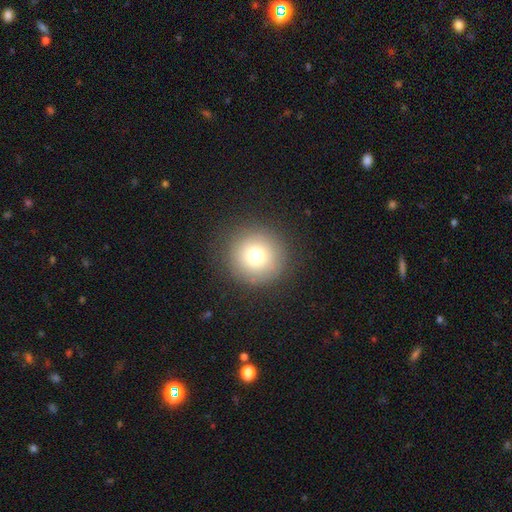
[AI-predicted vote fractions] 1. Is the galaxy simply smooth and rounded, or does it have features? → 75% smooth, 13% star or artifact, 12% featured or disk.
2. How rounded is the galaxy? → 96% round, 3% in between, 1% cigar-shaped.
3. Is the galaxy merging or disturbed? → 89% none, 7% minor disturbance, 3% major disturbance, 1% merger.